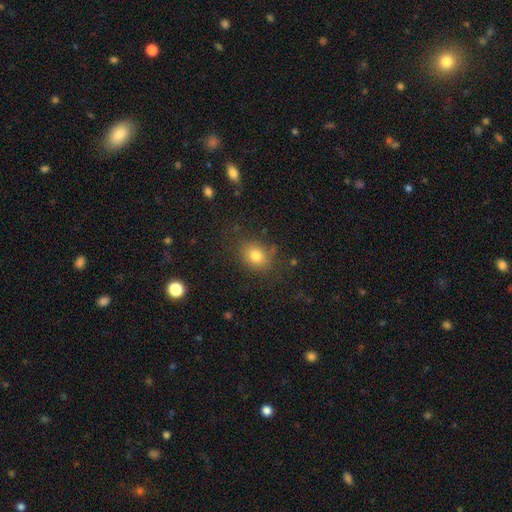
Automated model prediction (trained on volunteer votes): Smooth or featured? Predicted: smooth (p=0.79). How rounded? Predicted: round (p=0.50). Merging? Predicted: none (p=0.79).